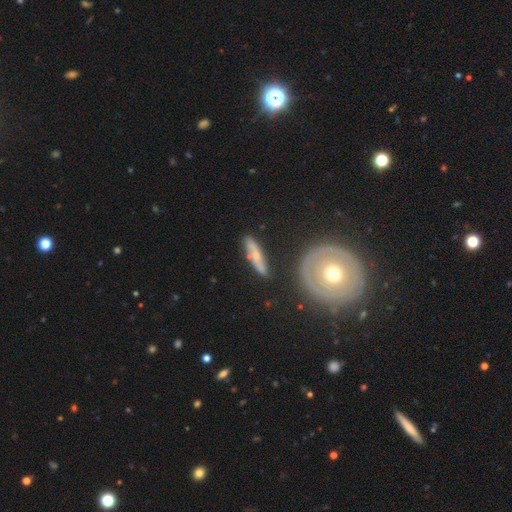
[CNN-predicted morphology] A featured or disk galaxy (54%) viewed edge-on (53%).

Vote fractions:
- Smooth or featured? featured or disk: 54% / smooth: 38% / star or artifact: 7%
- Edge-on disk? yes: 53% / no: 47%
- Merging? none: 78% / minor disturbance: 14% / merger: 4% / major disturbance: 4%